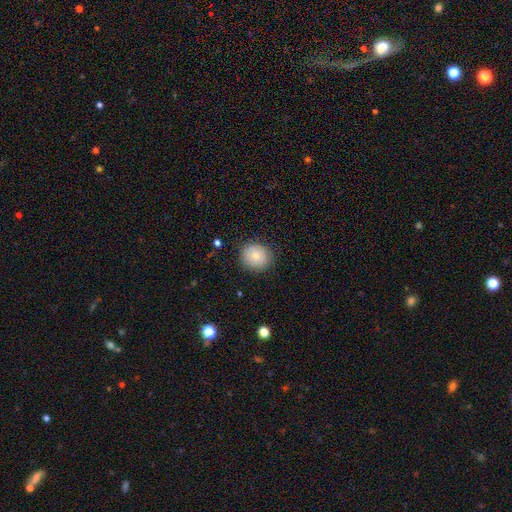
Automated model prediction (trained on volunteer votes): smooth 82%, featured or disk 10%, star or artifact 8%. Down the decision tree: how rounded — round (84%); merging — none (86%).